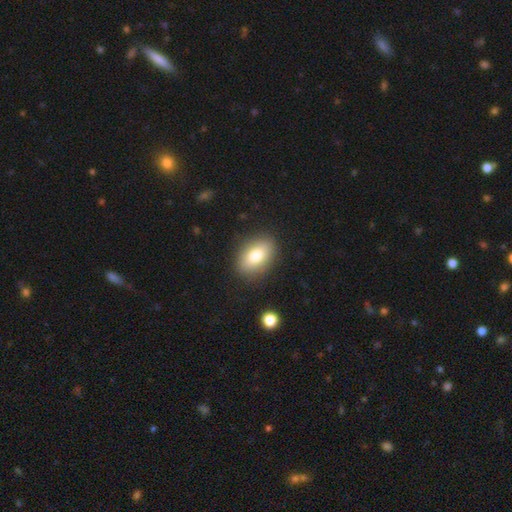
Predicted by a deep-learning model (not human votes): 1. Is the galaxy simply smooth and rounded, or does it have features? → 77% smooth, 14% featured or disk, 8% star or artifact.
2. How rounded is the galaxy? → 85% in between, 13% round, 2% cigar-shaped.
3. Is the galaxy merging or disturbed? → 86% none, 9% minor disturbance, 3% major disturbance, 1% merger.